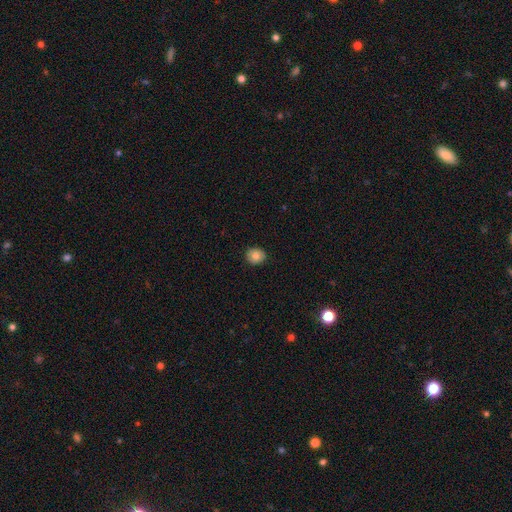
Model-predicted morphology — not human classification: A smooth galaxy with no disk features (77%) that is round (78%). Merging: none (87%).